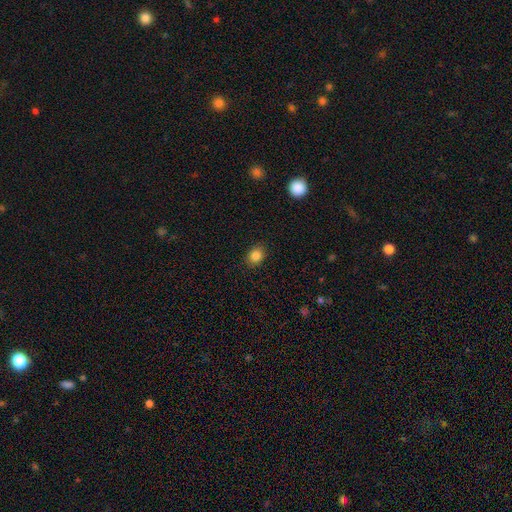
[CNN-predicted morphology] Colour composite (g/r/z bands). It shows a smooth galaxy with no disk features (84%) that is round (53%). Merging: none (88%).